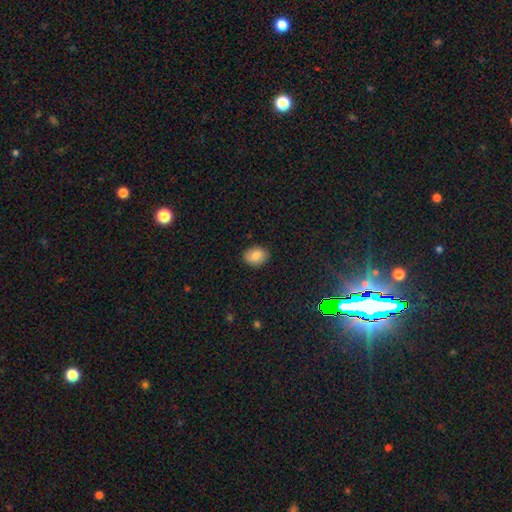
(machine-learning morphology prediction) This appears to be a smooth galaxy with no disk features (81%) that is in between round and cigar-shaped (65%). Merging: none (86%).